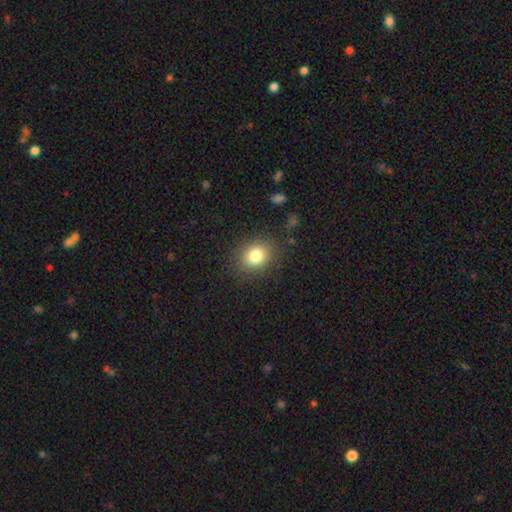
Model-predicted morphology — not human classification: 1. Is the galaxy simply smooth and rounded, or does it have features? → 81% smooth, 11% star or artifact, 8% featured or disk.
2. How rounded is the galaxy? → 57% round, 42% in between, 1% cigar-shaped.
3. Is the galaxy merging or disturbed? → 85% none, 10% minor disturbance, 4% major disturbance, 1% merger.